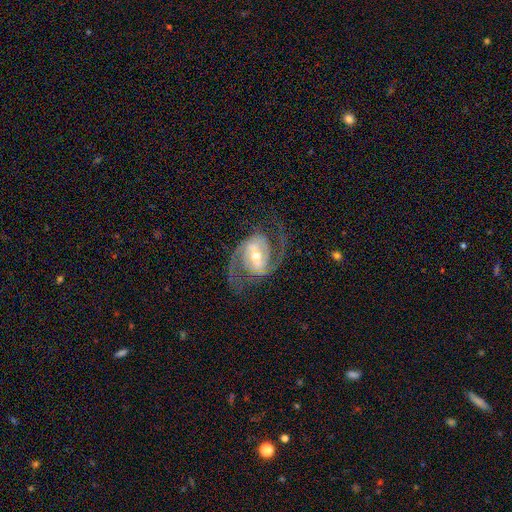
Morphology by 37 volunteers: Smooth or featured: featured or disk — 92% (star or artifact — 5%)
Edge-on disk: no — 100%
Bar: strong — 47% (weak — 35%)
Spiral arms: yes — 100%
Spiral winding: medium — 68% (loose — 21%)
Spiral arm count: 2 — 97% (3 — 3%)
Bulge size: moderate — 71% (small — 24%)
Merging: none — 71% (minor disturbance — 17%)